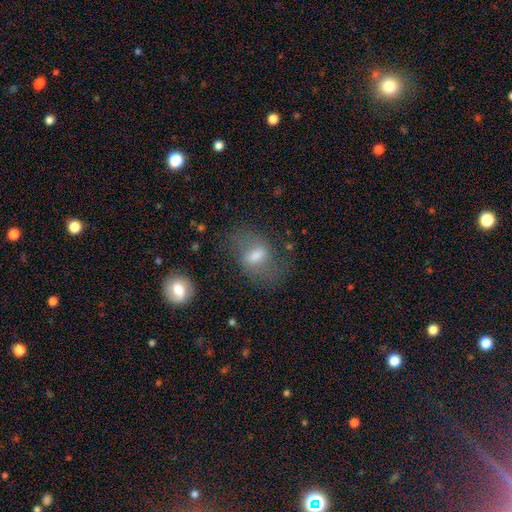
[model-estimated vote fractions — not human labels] Morphology: type=smooth (51%); roundness=in between (76%); merging=none (60%).